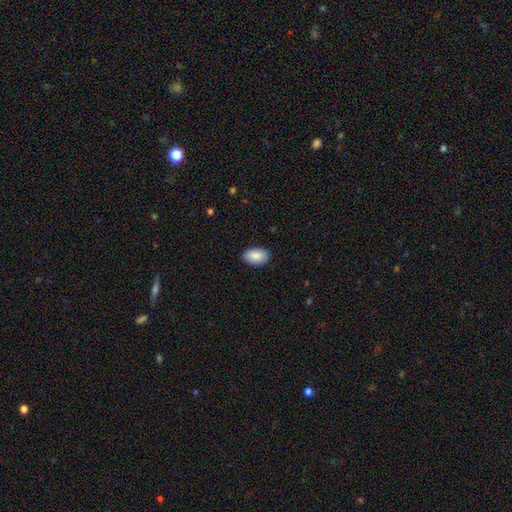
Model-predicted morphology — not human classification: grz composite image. It shows a smooth galaxy with no disk features (88%) that is in between round and cigar-shaped (94%). Merging: none (88%).